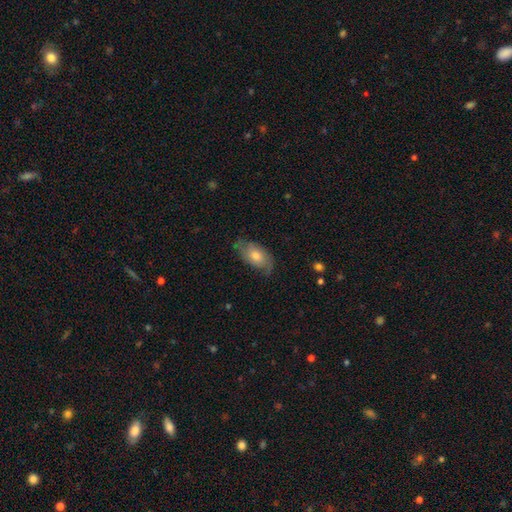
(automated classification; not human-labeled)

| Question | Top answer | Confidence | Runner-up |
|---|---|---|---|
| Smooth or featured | featured or disk | 51% | smooth (40%) |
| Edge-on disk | no | 90% | yes (10%) |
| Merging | none | 69% | minor disturbance (22%) |